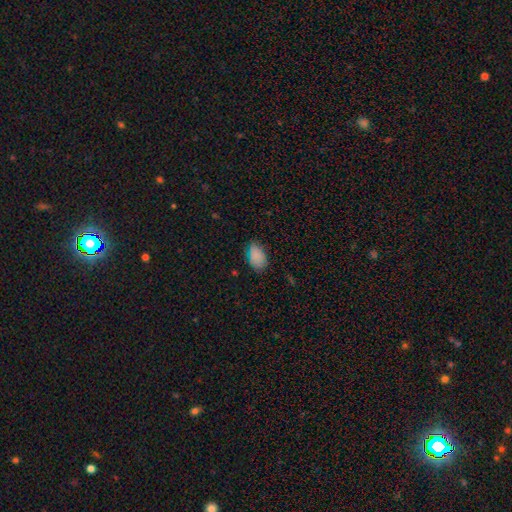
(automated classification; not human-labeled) smooth-or-featured: smooth: 84% | star or artifact: 11% | featured or disk: 5%
  how-rounded: in between: 89% | round: 10% | cigar-shaped: 1%
  merging: none: 73% | minor disturbance: 22% | major disturbance: 4% | merger: 1%